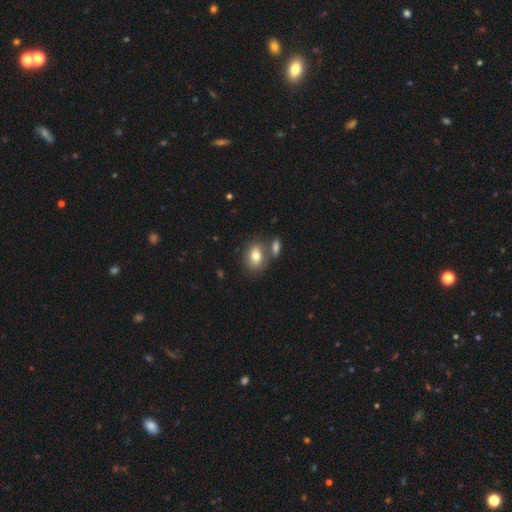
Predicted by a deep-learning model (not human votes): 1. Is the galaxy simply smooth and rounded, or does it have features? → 75% smooth, 16% featured or disk, 9% star or artifact.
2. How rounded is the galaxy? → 71% in between, 28% round, 2% cigar-shaped.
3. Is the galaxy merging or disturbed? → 59% none, 25% merger, 12% minor disturbance, 4% major disturbance.